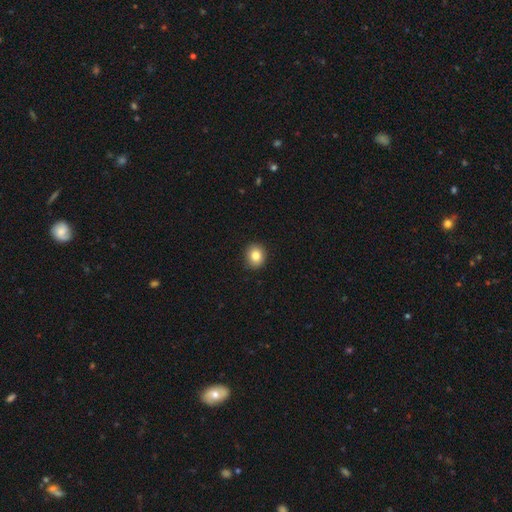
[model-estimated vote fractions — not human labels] Q: Smooth or featured?
A: smooth (82%); runner-up: star or artifact (10%)
Q: How rounded?
A: round (78%); runner-up: in between (21%)
Q: Merging?
A: none (90%); runner-up: minor disturbance (7%)